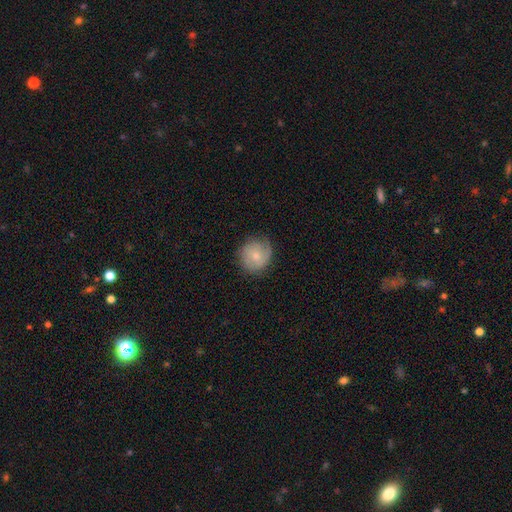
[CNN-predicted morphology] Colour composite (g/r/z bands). It shows a smooth galaxy with no disk features (58%) that is round (89%). Merging: none (76%).